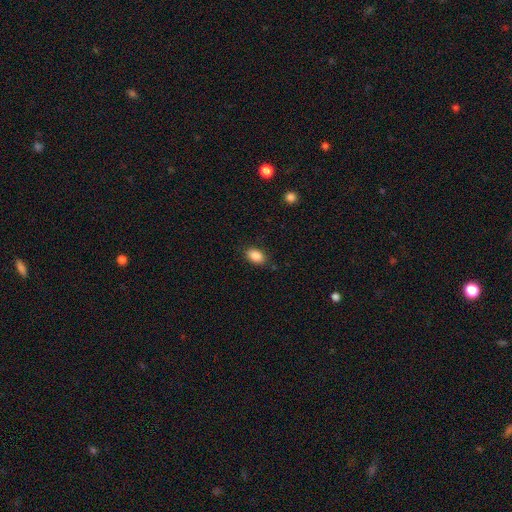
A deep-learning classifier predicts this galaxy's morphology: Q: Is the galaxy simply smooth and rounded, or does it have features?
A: smooth — 87%.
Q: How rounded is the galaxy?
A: in between — 88%.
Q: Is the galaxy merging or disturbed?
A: none — 85%.